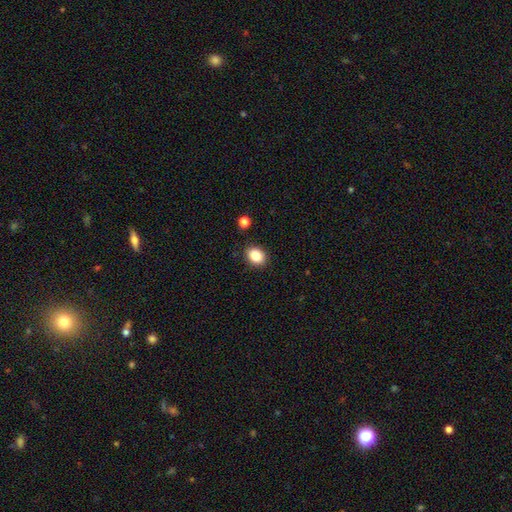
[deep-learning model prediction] Q: Smooth or featured?
A: smooth (86%); runner-up: star or artifact (9%)
Q: How rounded?
A: in between (61%); runner-up: round (38%)
Q: Merging?
A: none (87%); runner-up: minor disturbance (9%)